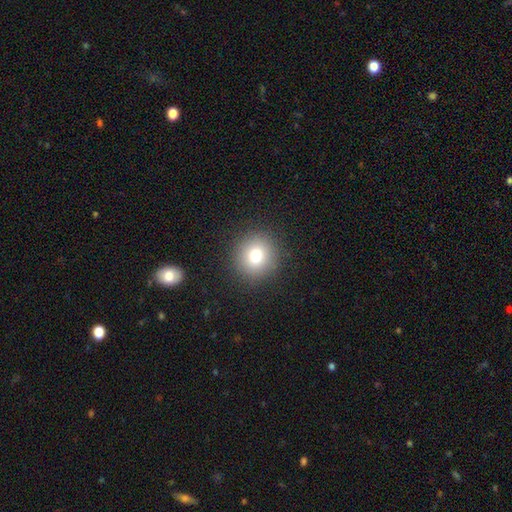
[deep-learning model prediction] The model was most divided on "smooth or featured": smooth: 76%, star or artifact: 14%, featured or disk: 10%. More confident: how rounded — round (92%); merging — none (91%).